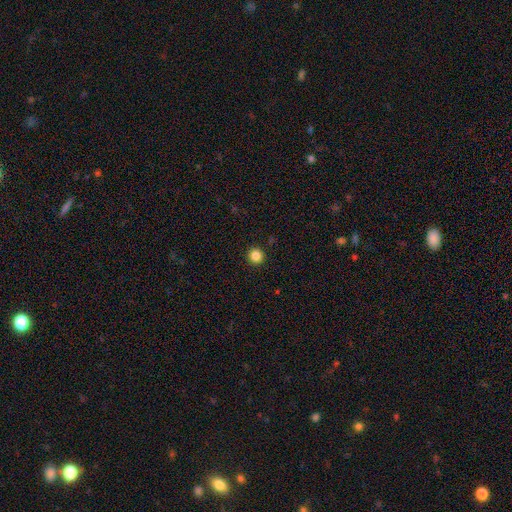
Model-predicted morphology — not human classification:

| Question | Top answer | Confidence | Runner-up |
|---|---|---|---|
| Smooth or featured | smooth | 85% | star or artifact (12%) |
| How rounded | round | 95% | in between (4%) |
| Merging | none | 93% | minor disturbance (4%) |